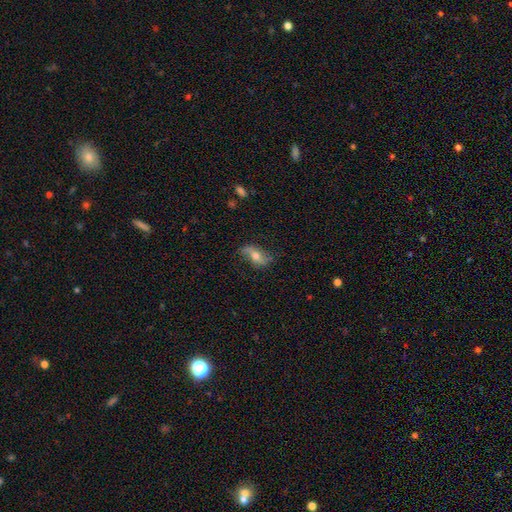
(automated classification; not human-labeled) featured or disk 55%, smooth 36%, star or artifact 8%. Down the decision tree: edge-on disk — no (86%); merging — none (72%).